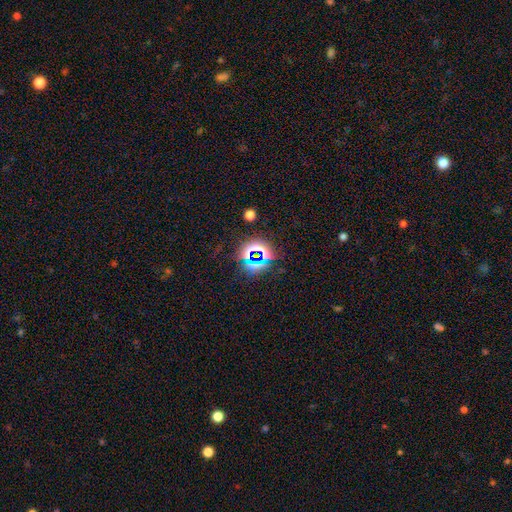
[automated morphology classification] smooth-or-featured: star or artifact: 72% | smooth: 19% | featured or disk: 10%